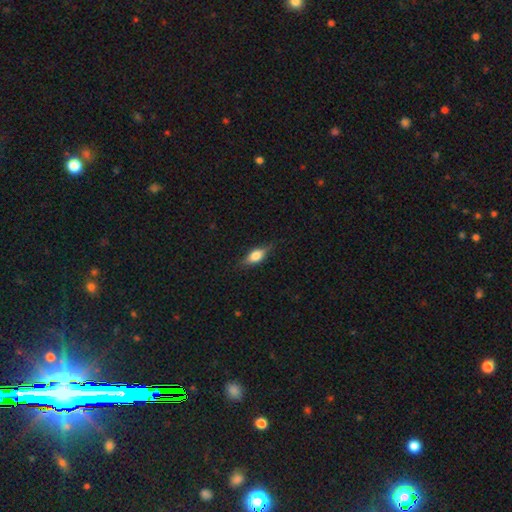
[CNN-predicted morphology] Smooth or featured: smooth — 61% (featured or disk — 31%)
How rounded: in between — 73% (cigar-shaped — 19%)
Merging: none — 78% (minor disturbance — 17%)